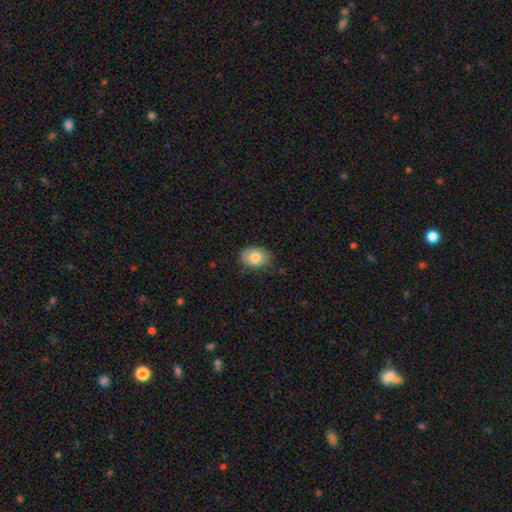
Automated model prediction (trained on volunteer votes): This appears to be a smooth galaxy with no disk features (80%) that is in between round and cigar-shaped (73%). Merging: none (77%).